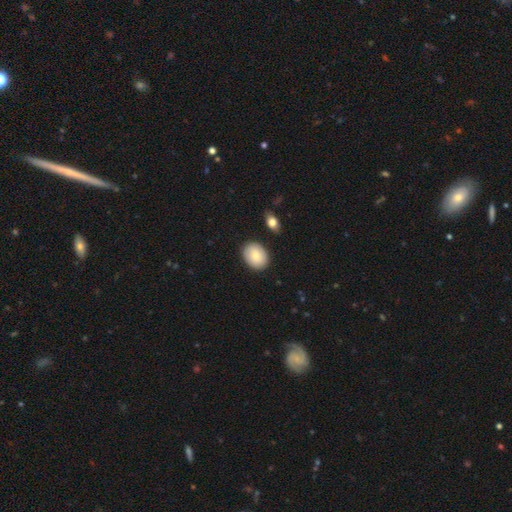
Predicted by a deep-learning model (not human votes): Q: Smooth or featured?
A: smooth (82%); runner-up: featured or disk (11%)
Q: How rounded?
A: in between (64%); runner-up: round (35%)
Q: Merging?
A: none (86%); runner-up: minor disturbance (9%)